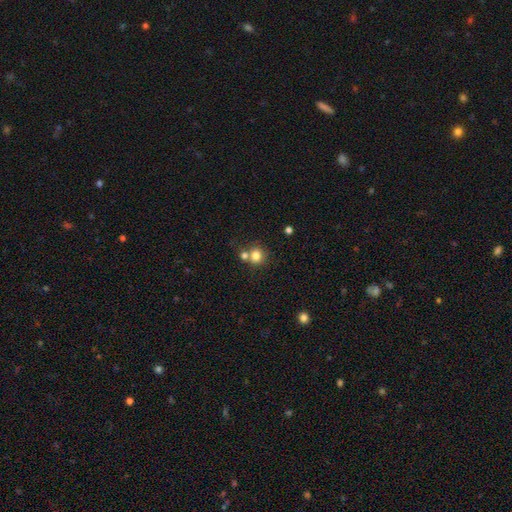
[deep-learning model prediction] Morphology: type=smooth (80%); roundness=round (87%); merging=none (57%).